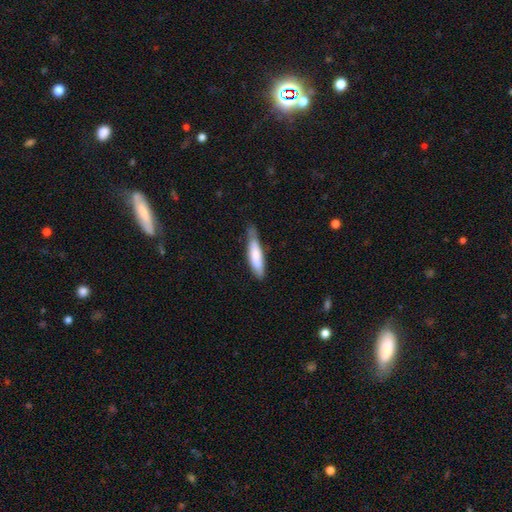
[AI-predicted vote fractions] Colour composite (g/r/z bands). It shows a smooth galaxy with no disk features (73%) that is cigar-shaped (72%). Merging: none (57%).